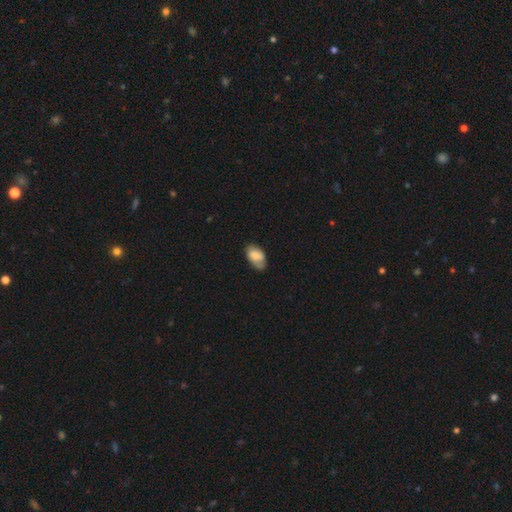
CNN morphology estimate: smooth-or-featured: smooth: 72% | featured or disk: 21% | star or artifact: 7%
  how-rounded: in between: 92% | round: 6% | cigar-shaped: 2%
  merging: none: 58% | minor disturbance: 32% | major disturbance: 8% | merger: 2%